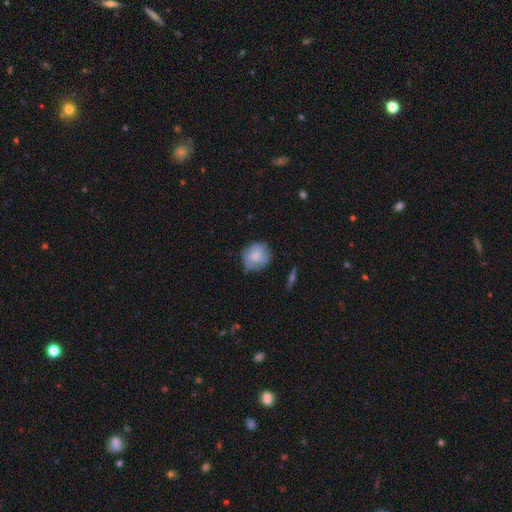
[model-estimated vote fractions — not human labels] smooth-or-featured: smooth: 72% | featured or disk: 21% | star or artifact: 7%
  how-rounded: round: 76% | in between: 23% | cigar-shaped: 1%
  merging: none: 67% | minor disturbance: 25% | major disturbance: 6% | merger: 2%